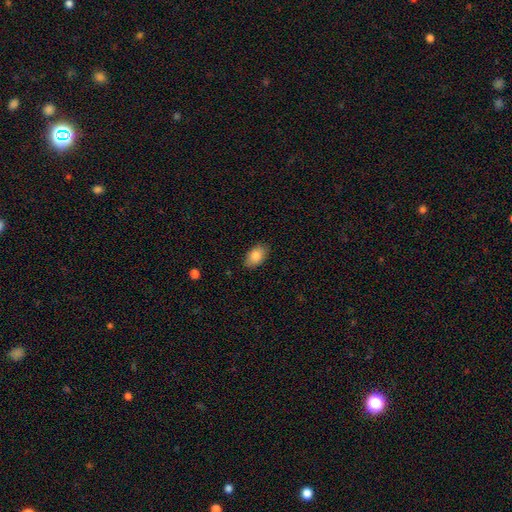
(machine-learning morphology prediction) type=smooth (84%); roundness=in between (91%); merging=none (86%).